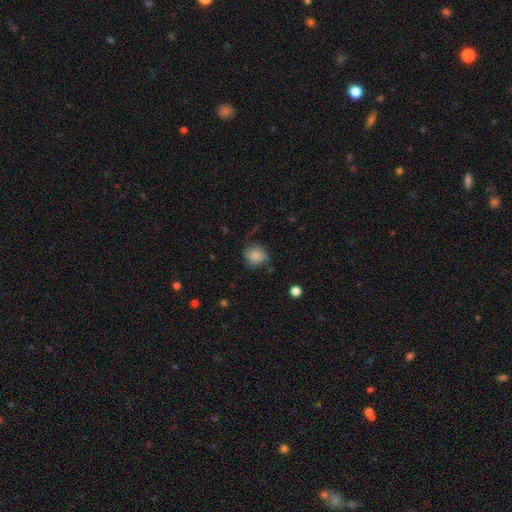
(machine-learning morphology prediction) Smooth or featured? smooth (84%)
How rounded? round (80%)
Merging? none (70%)